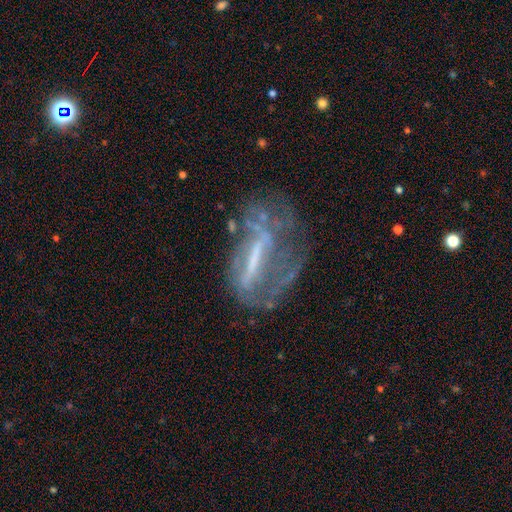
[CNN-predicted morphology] The model was most divided on "merging": none: 40%, major disturbance: 33%, minor disturbance: 22%, merger: 5%. Remaining: edge-on disk — no (84%); smooth or featured — featured or disk (71%); bar — strong (55%); spiral arms — no (54%); bulge size — none (40%).